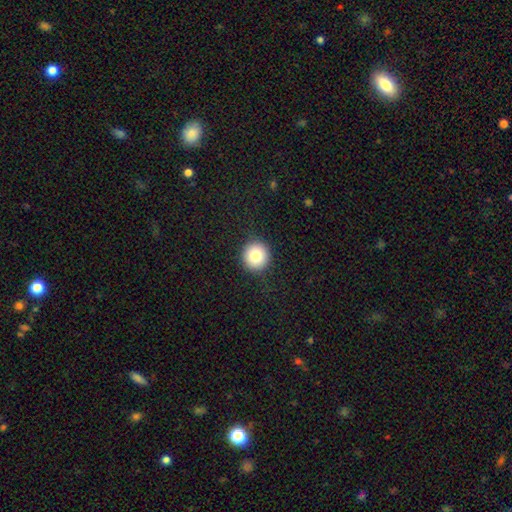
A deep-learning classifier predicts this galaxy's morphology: smooth 80%, star or artifact 10%, featured or disk 9%. Down the decision tree: how rounded — round (95%); merging — none (91%).